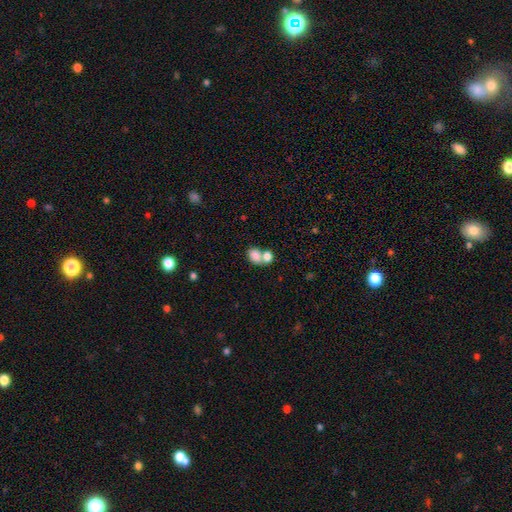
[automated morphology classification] Smooth or featured?
  - smooth: 81% *
  - featured or disk: 10%
  - star or artifact: 9%
How rounded?
  - in between: 68% *
  - round: 31%
  - cigar-shaped: 1%
Merging?
  - merger: 59% *
  - none: 29%
  - minor disturbance: 8%
  - major disturbance: 5%